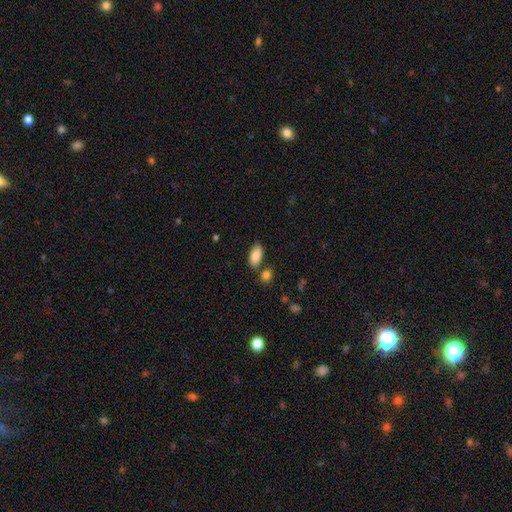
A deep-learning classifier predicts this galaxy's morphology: Smooth or featured: smooth — 86% (featured or disk — 8%)
How rounded: in between — 91% (cigar-shaped — 6%)
Merging: none — 76% (minor disturbance — 12%)